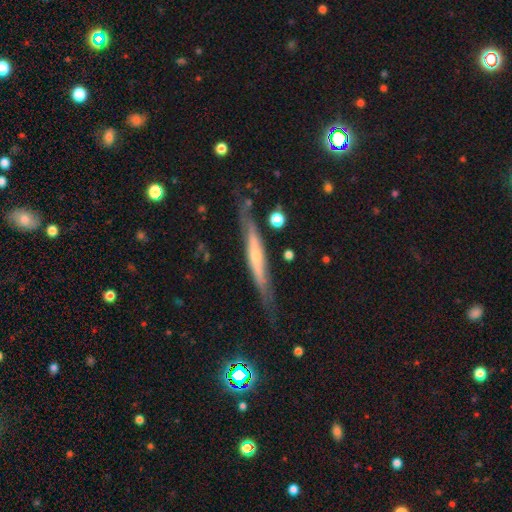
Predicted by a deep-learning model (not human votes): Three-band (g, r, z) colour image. It shows a featured or disk galaxy (68%) viewed edge-on (87%) with a rounded central bulge (56%). Merging: none (74%).